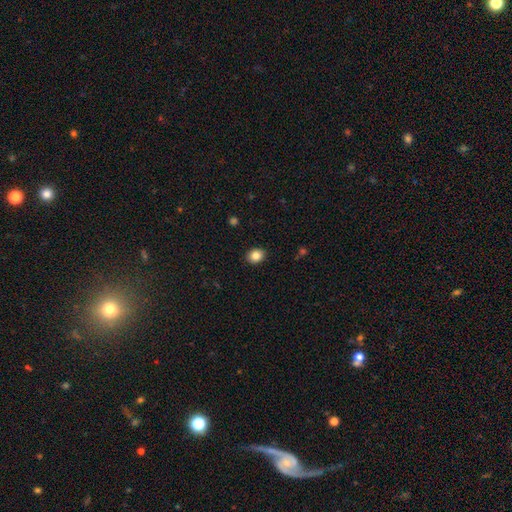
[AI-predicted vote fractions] This appears to be a smooth galaxy with no disk features (84%) that is round (52%). Merging: none (90%).